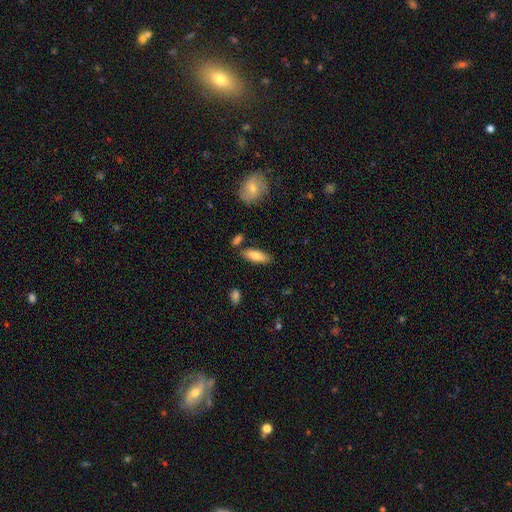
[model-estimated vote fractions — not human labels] The model was most divided on "how rounded": in between: 61%, cigar-shaped: 37%, round: 2%. More confident: smooth or featured — smooth (81%); merging — none (79%).